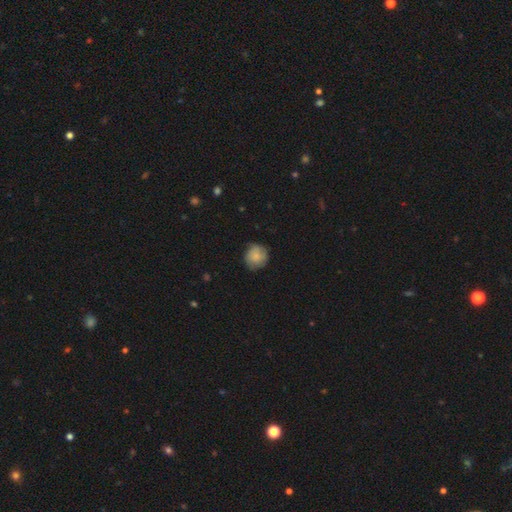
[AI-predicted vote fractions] Smooth or featured: smooth — 76% (featured or disk — 16%)
How rounded: round — 89% (in between — 10%)
Merging: none — 75% (minor disturbance — 20%)